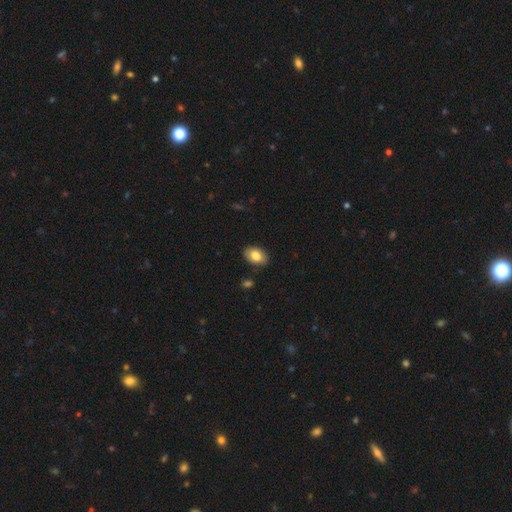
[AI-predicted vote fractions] Q: Smooth or featured?
A: smooth (80%); runner-up: featured or disk (13%)
Q: How rounded?
A: in between (87%); runner-up: round (12%)
Q: Merging?
A: none (87%); runner-up: minor disturbance (10%)